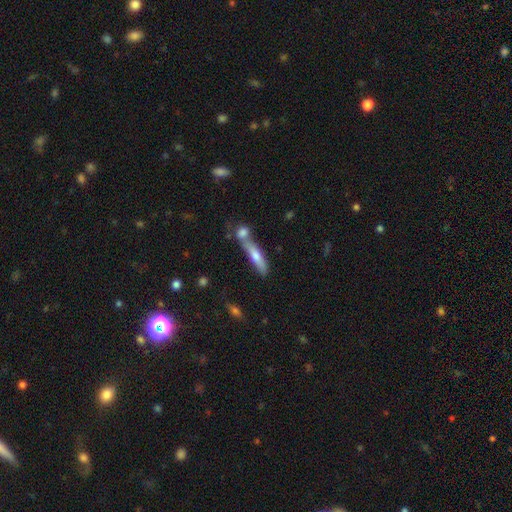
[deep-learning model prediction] Smooth or featured? smooth (60%)
How rounded? cigar-shaped (79%)
Merging? none (48%)